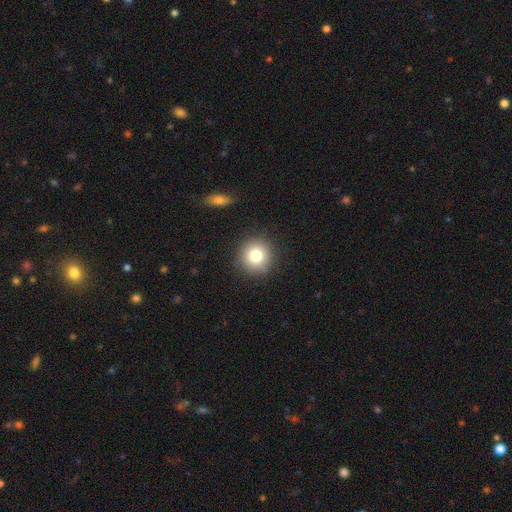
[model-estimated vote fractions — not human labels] smooth 79%, star or artifact 11%, featured or disk 10%. Down the decision tree: how rounded — round (94%); merging — none (90%).